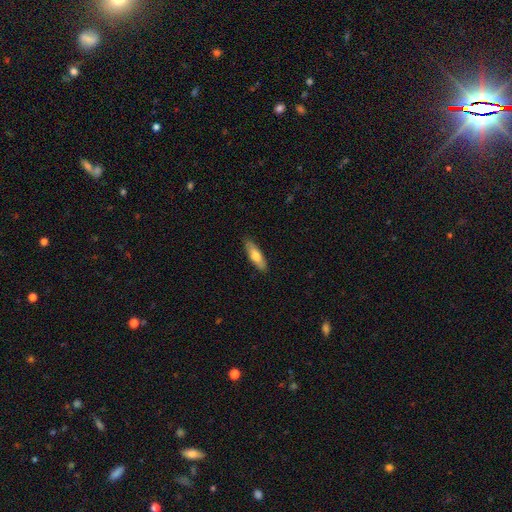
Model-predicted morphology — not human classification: smooth-or-featured: smooth: 71% | featured or disk: 23% | star or artifact: 6%
  how-rounded: cigar-shaped: 53% | in between: 45% | round: 2%
  merging: none: 87% | minor disturbance: 10% | major disturbance: 2% | merger: 1%